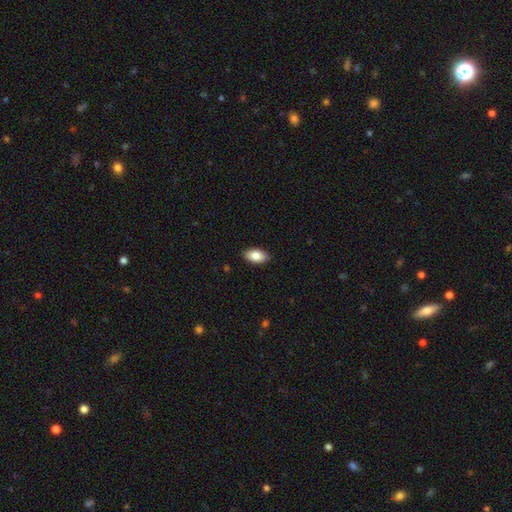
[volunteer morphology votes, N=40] type=smooth (75%); roundness=in between (97%); merging=none (89%).